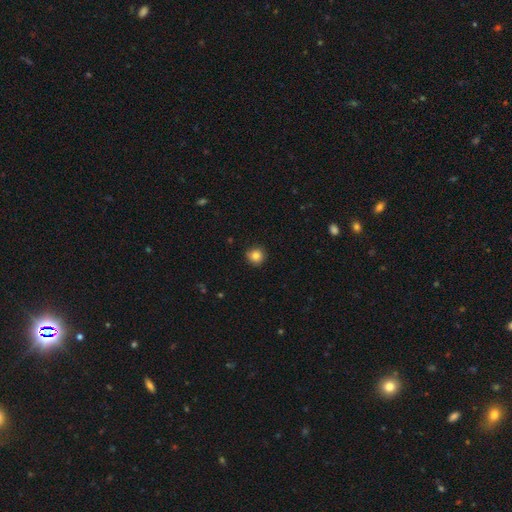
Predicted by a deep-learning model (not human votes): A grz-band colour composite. It shows a smooth galaxy with no disk features (84%) that is round (93%). Merging: none (89%).